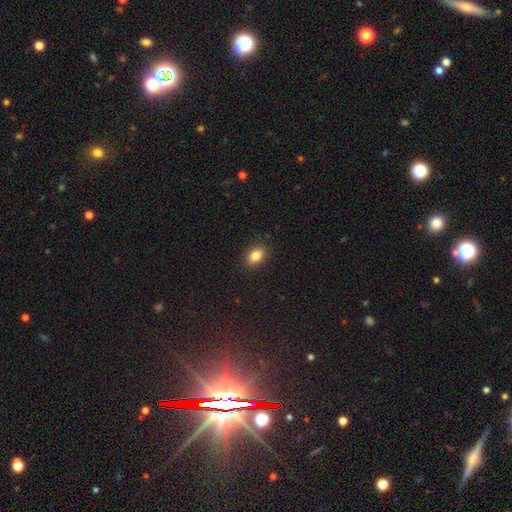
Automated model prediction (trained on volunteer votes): smooth-or-featured: smooth: 85% | star or artifact: 9% | featured or disk: 6%
  how-rounded: in between: 78% | round: 21% | cigar-shaped: 1%
  merging: none: 88% | minor disturbance: 9% | major disturbance: 2% | merger: 1%